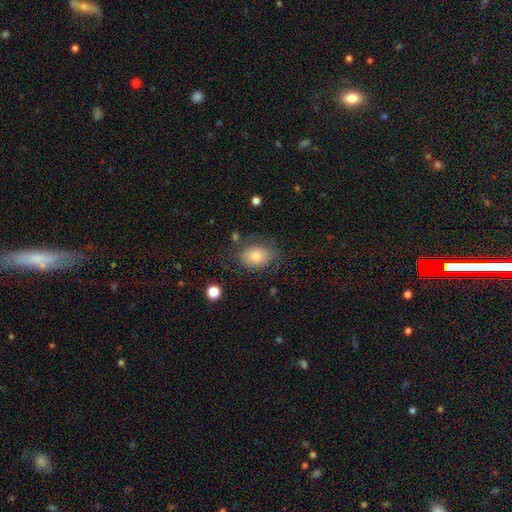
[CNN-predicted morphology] Q: Smooth or featured?
A: smooth (74%); runner-up: featured or disk (15%)
Q: How rounded?
A: in between (67%); runner-up: round (32%)
Q: Merging?
A: none (68%); runner-up: minor disturbance (21%)